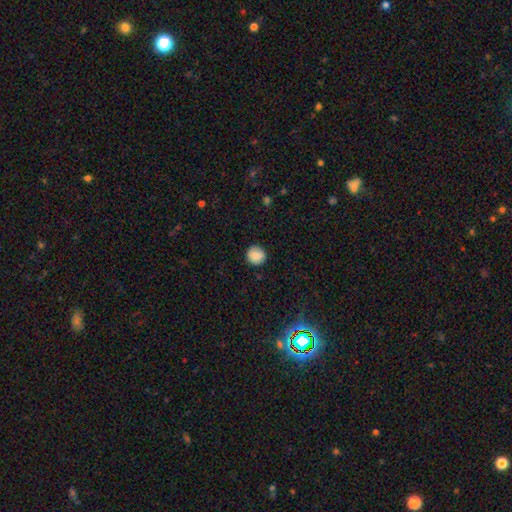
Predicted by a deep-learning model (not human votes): Smooth or featured?
  - smooth: 87% *
  - star or artifact: 9%
  - featured or disk: 5%
How rounded?
  - round: 94% *
  - in between: 5%
  - cigar-shaped: 1%
Merging?
  - none: 89% *
  - minor disturbance: 8%
  - major disturbance: 2%
  - merger: 1%